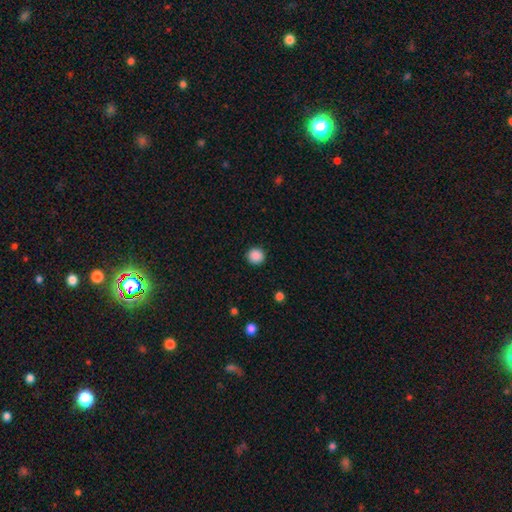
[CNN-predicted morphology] This appears to be a smooth galaxy with no disk features (89%) that is round (93%). Merging: none (92%).